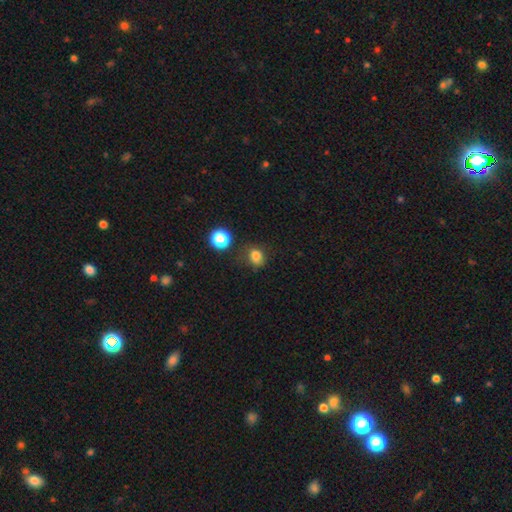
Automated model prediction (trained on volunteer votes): A smooth galaxy with no disk features (80%) that is round (57%).

Vote fractions:
- Smooth or featured? smooth: 80% / star or artifact: 14% / featured or disk: 6%
- How rounded? round: 57% / in between: 42% / cigar-shaped: 1%
- Merging? none: 69% / minor disturbance: 20% / major disturbance: 6% / merger: 5%